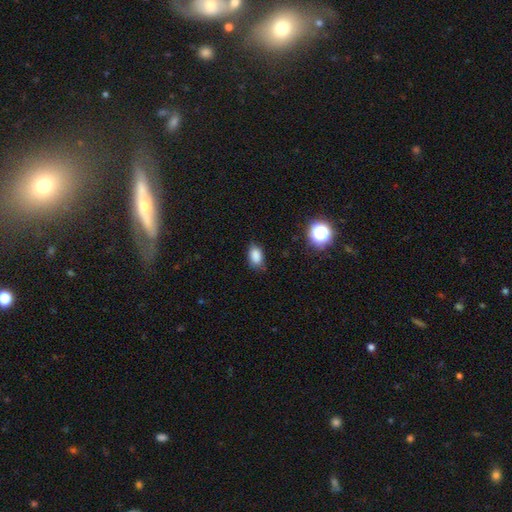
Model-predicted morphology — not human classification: This appears to be a smooth galaxy with no disk features (84%) that is in between round and cigar-shaped (87%). Merging: none (74%).